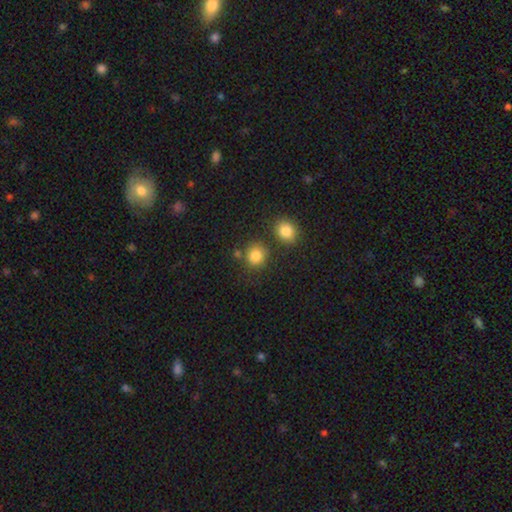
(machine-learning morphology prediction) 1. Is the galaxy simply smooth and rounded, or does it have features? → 83% smooth, 12% star or artifact, 6% featured or disk.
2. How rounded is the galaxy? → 84% round, 15% in between, 1% cigar-shaped.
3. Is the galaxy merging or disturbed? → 75% none, 11% merger, 10% minor disturbance, 4% major disturbance.